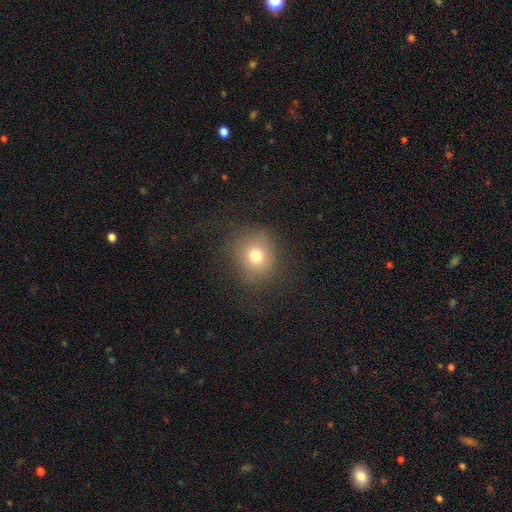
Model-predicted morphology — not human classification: Smooth or featured? Predicted: smooth (p=0.74). How rounded? Predicted: round (p=0.77). Merging? Predicted: none (p=0.80).